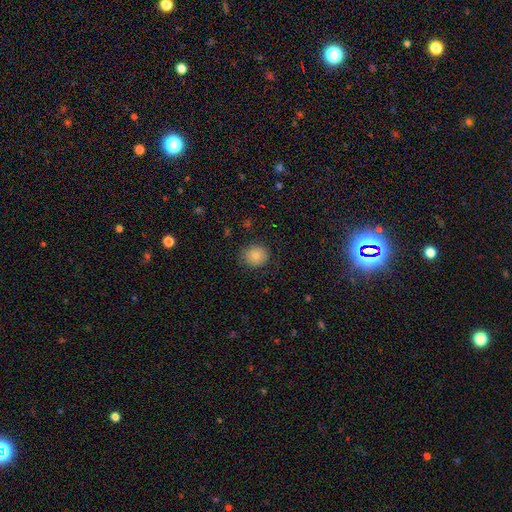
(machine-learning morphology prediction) Overall: smooth (81%). How rounded: round (82%). Merging: none (84%).